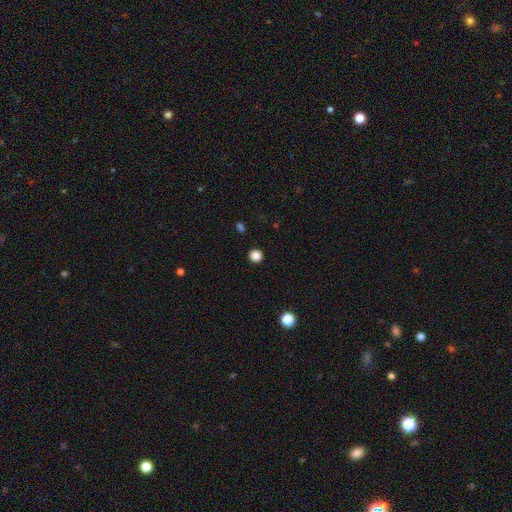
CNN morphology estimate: This appears to be a smooth galaxy with no disk features (85%) that is round (94%). Merging: none (93%).